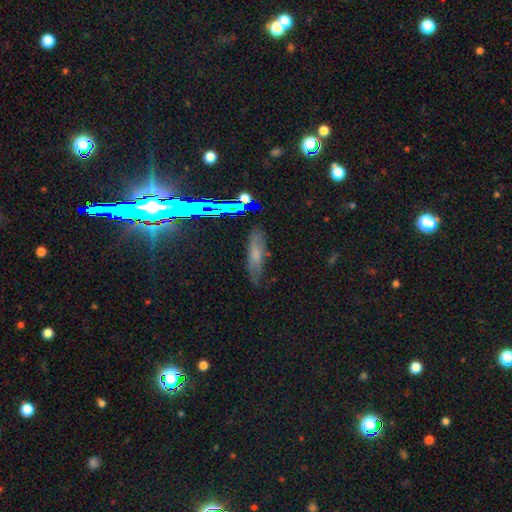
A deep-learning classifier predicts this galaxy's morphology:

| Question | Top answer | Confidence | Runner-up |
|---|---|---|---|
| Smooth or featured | smooth | 46% | featured or disk (32%) |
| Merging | none | 76% | minor disturbance (17%) |